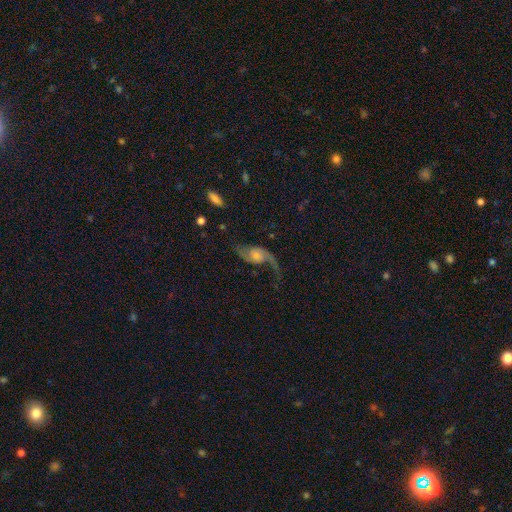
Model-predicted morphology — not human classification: This appears to be a featured or disk galaxy (82%) with no bar (68%), 2 (84%) loose (85%) spiral arms (94%) and a small central bulge (46%). Merging: none (58%).